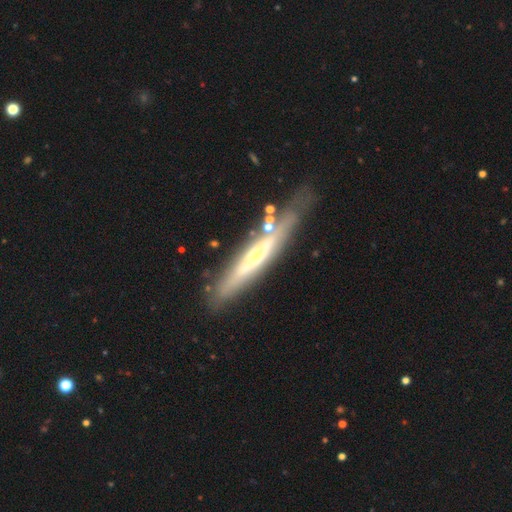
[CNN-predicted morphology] Smooth or featured: featured or disk — 71% (smooth — 23%)
Edge-on disk: yes — 74% (no — 26%)
Edge-on bulge: rounded — 67% (none — 28%)
Merging: none — 74% (minor disturbance — 17%)